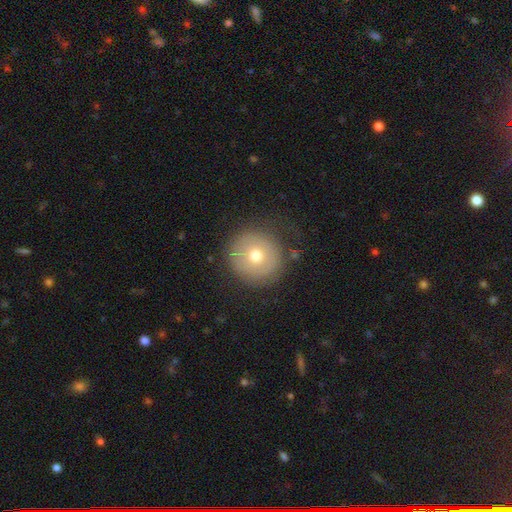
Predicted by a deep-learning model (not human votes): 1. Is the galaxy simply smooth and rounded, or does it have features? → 64% smooth, 25% featured or disk, 11% star or artifact.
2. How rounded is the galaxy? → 94% round, 5% in between, 1% cigar-shaped.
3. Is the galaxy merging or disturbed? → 80% none, 13% minor disturbance, 6% major disturbance, 1% merger.